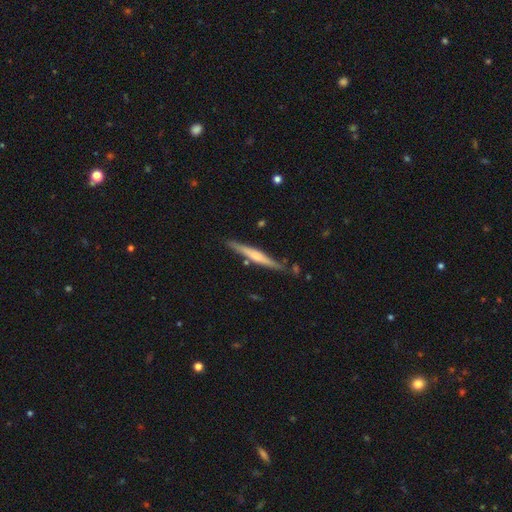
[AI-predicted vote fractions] Q: Smooth or featured?
A: featured or disk (54%); runner-up: smooth (40%)
Q: Edge-on disk?
A: yes (97%); runner-up: no (3%)
Q: Edge-on bulge?
A: rounded (48%); runner-up: none (34%)
Q: Merging?
A: none (82%); runner-up: minor disturbance (12%)